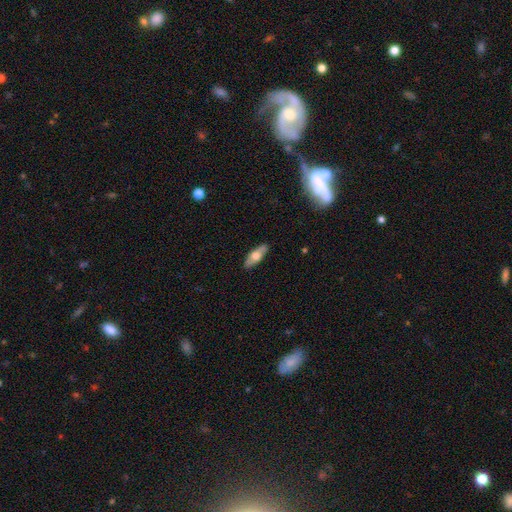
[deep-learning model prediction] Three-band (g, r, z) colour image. It shows a smooth galaxy with no disk features (55%) that is in between round and cigar-shaped (60%). Merging: none (87%).